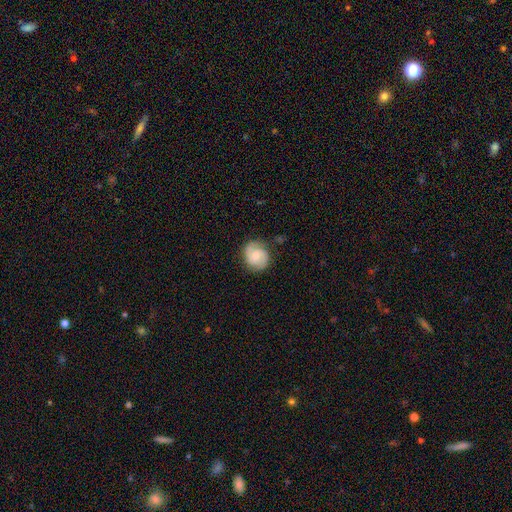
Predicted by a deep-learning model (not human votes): A featured or disk galaxy (80%) with no bar (51%), 2 (91%) medium (48%) spiral arms (97%) and a small central bulge (45%). Merging: none (83%).